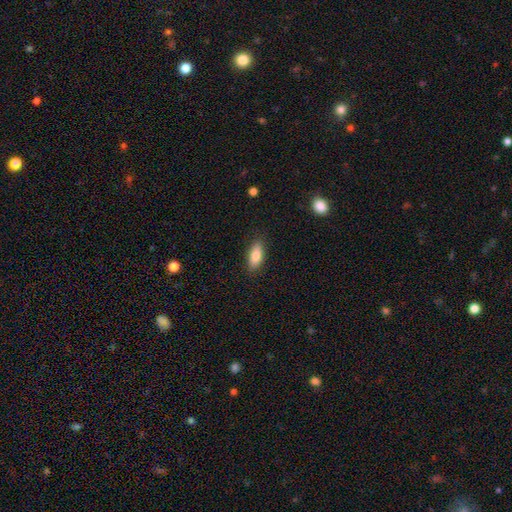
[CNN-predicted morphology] Smooth or featured? Predicted: smooth (p=0.84). How rounded? Predicted: in between (p=0.80). Merging? Predicted: none (p=0.86).